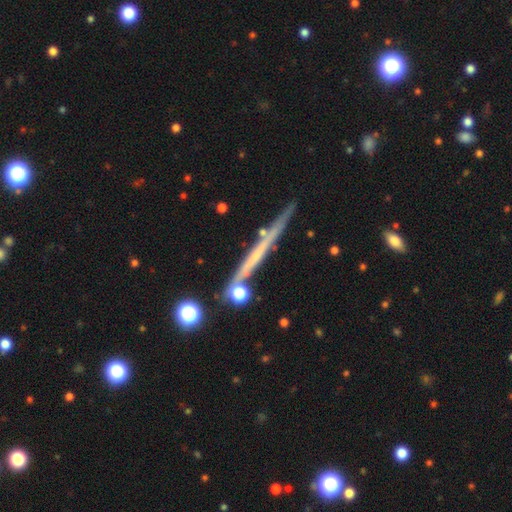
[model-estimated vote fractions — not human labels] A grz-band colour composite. It shows a featured or disk galaxy (60%) viewed edge-on (95%) with no central bulge (87%). Merging: none (80%).